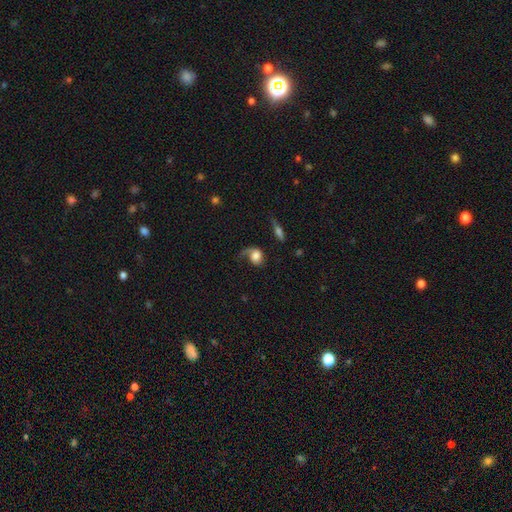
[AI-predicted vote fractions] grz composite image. It shows a smooth galaxy with no disk features (54%) that is round (54%). Merging: major disturbance (40%).